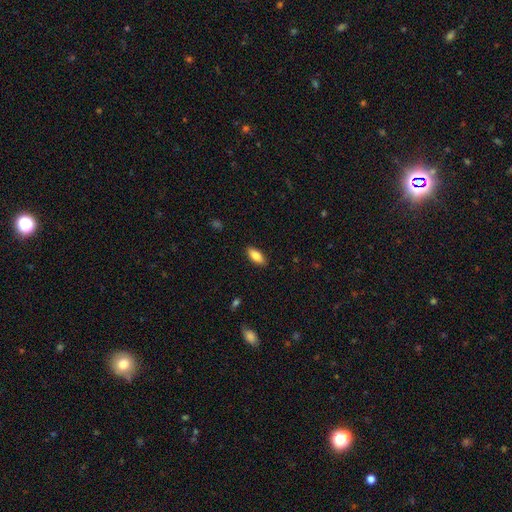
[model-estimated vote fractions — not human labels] Smooth or featured? Predicted: smooth (p=0.85). How rounded? Predicted: in between (p=0.85). Merging? Predicted: none (p=0.88).